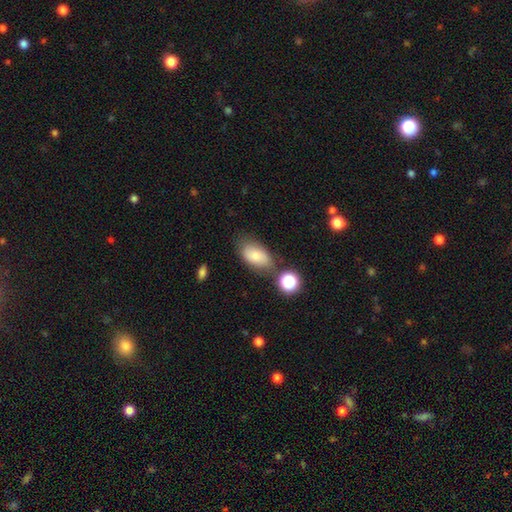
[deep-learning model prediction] Smooth or featured?
  - smooth: 75% *
  - featured or disk: 15%
  - star or artifact: 10%
How rounded?
  - in between: 90% *
  - round: 8%
  - cigar-shaped: 2%
Merging?
  - none: 65% *
  - minor disturbance: 20%
  - merger: 9%
  - major disturbance: 6%